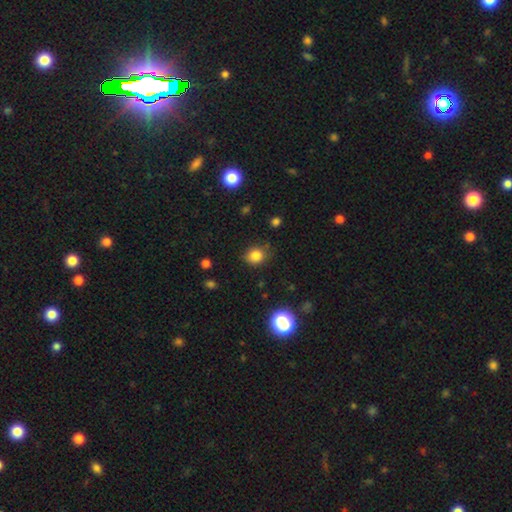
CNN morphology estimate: Smooth or featured? smooth (83%)
How rounded? round (77%)
Merging? none (79%)